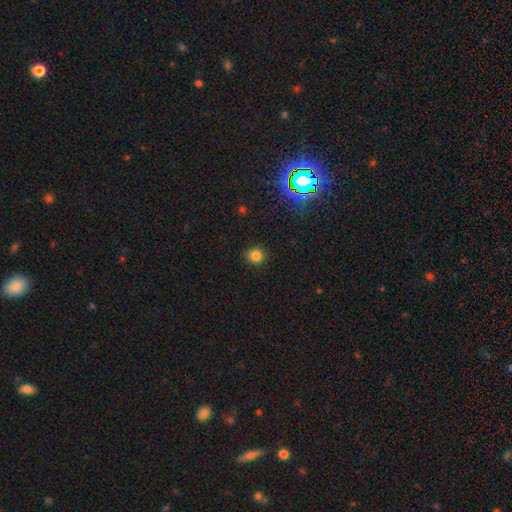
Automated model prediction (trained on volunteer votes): A smooth galaxy with no disk features (81%) that is round (90%).

Vote fractions:
- Smooth or featured? smooth: 81% / star or artifact: 15% / featured or disk: 4%
- How rounded? round: 90% / in between: 9% / cigar-shaped: 1%
- Merging? none: 89% / minor disturbance: 7% / major disturbance: 2% / merger: 1%